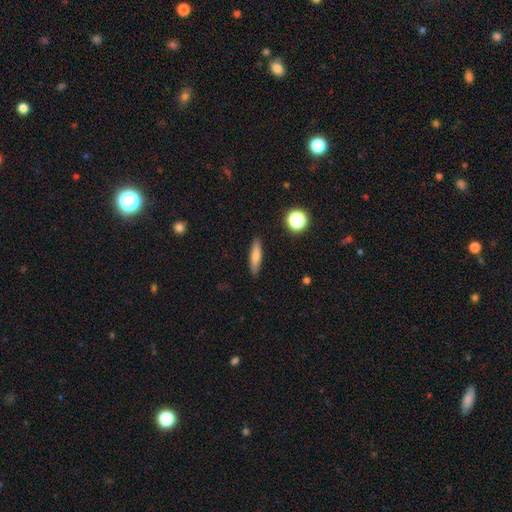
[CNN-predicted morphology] smooth-or-featured: smooth: 73% | featured or disk: 19% | star or artifact: 8%
  how-rounded: cigar-shaped: 73% | in between: 24% | round: 3%
  merging: none: 89% | minor disturbance: 8% | major disturbance: 2% | merger: 1%